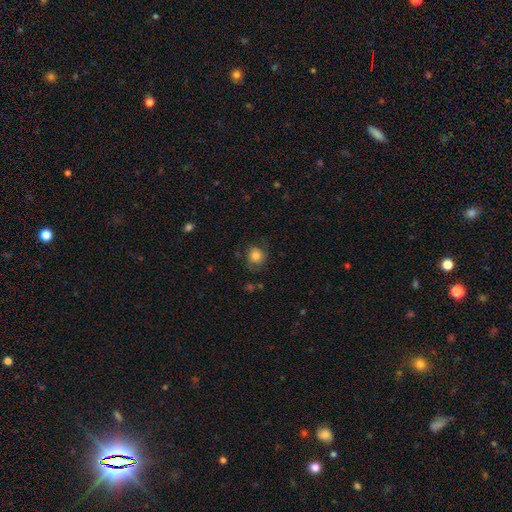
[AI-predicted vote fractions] This appears to be a smooth galaxy with no disk features (78%) that is round (84%). Merging: none (71%).